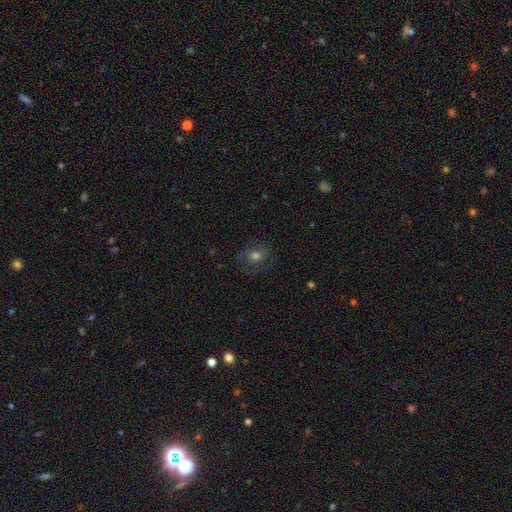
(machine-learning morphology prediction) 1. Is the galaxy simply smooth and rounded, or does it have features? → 49% smooth, 29% featured or disk, 21% star or artifact.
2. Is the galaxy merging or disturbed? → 76% none, 15% minor disturbance, 8% major disturbance, 1% merger.